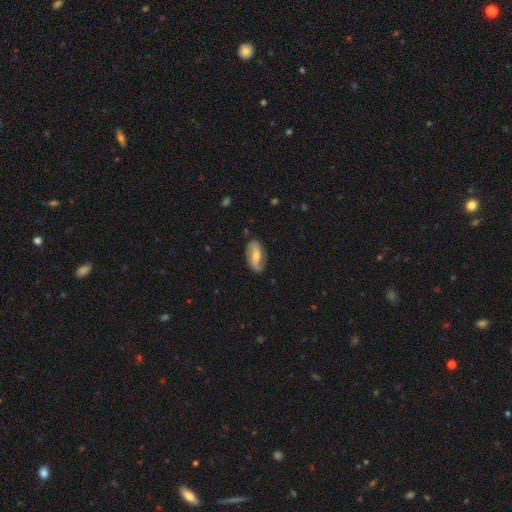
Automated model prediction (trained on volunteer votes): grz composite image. It shows a featured or disk galaxy (69%) with a weak bar (43%), 2 (85%) loose (41%) spiral arms (91%) and a moderate central bulge (49%). Merging: none (77%).